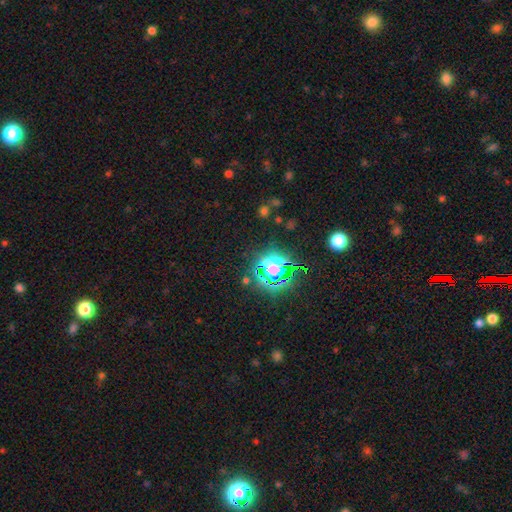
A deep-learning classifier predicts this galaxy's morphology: Smooth or featured?
  - star or artifact: 82% *
  - smooth: 12%
  - featured or disk: 6%